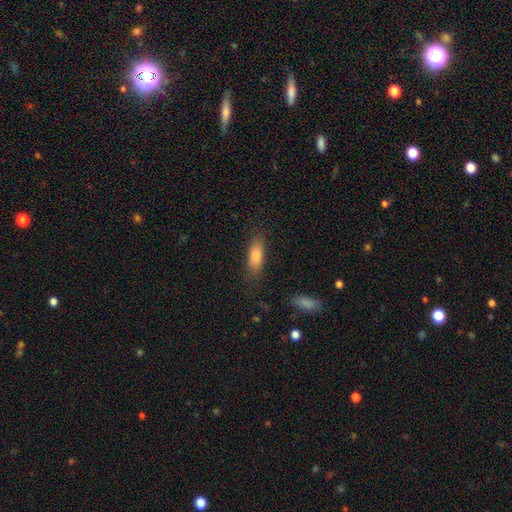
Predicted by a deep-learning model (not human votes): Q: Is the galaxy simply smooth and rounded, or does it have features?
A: smooth — 80%.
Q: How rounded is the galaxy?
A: in between — 60%.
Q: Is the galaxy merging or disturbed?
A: none — 79%.